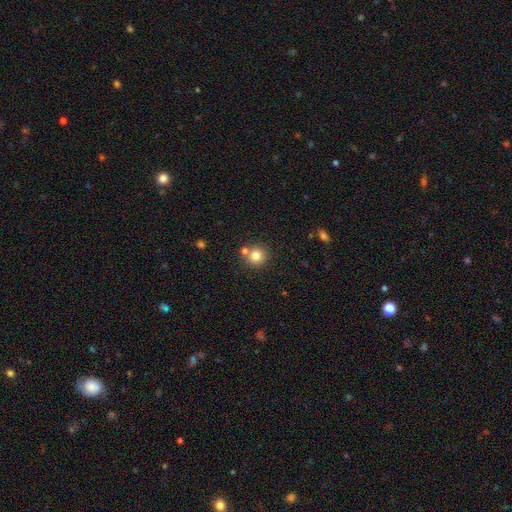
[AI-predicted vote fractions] Smooth or featured: smooth — 80% (star or artifact — 12%)
How rounded: round — 93% (in between — 6%)
Merging: none — 72% (merger — 18%)